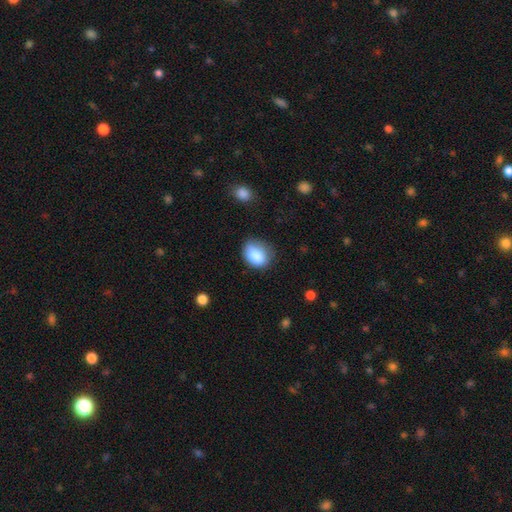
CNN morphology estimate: A smooth galaxy with no disk features (85%) that is in between round and cigar-shaped (63%).

Vote fractions:
- Smooth or featured? smooth: 85% / star or artifact: 8% / featured or disk: 7%
- How rounded? in between: 63% / round: 36% / cigar-shaped: 1%
- Merging? none: 62% / minor disturbance: 27% / major disturbance: 8% / merger: 3%